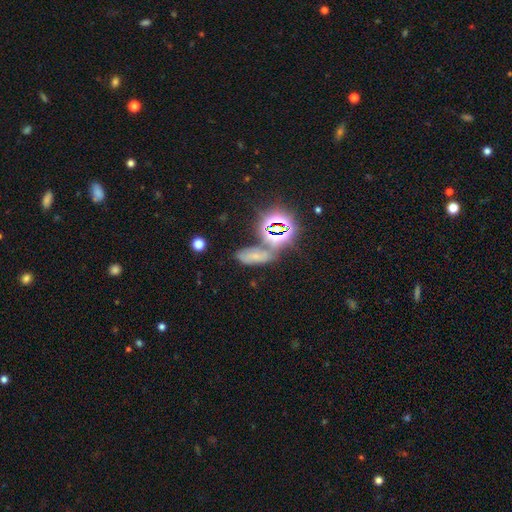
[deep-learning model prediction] Smooth or featured? Predicted: smooth (p=0.41). Merging? Predicted: none (p=0.49).